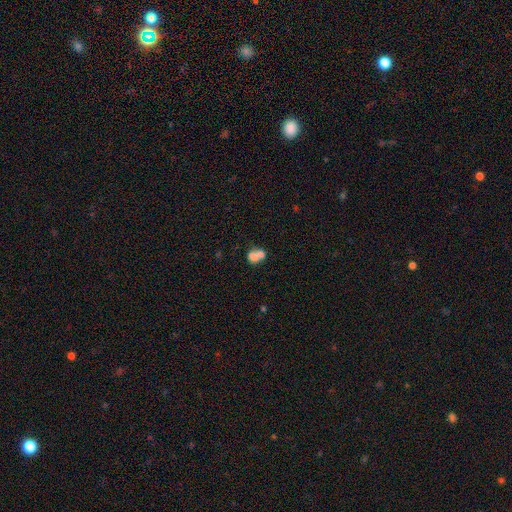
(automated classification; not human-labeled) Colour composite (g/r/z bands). It shows a smooth galaxy with no disk features (69%) that is in between round and cigar-shaped (50%). Merging: merger (65%).